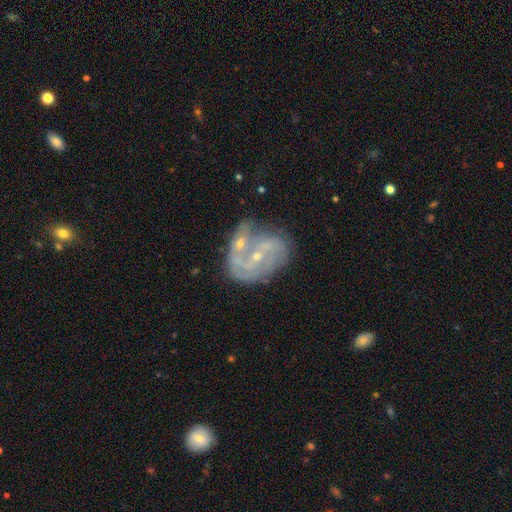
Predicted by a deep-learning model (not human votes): Overall: featured or disk (81%). Edge-on disk: no (97%). Bar: no (46%; weak 40%). Spiral arms: yes (86%). Spiral arm count: 2 (46%; can't tell 25%). Spiral winding: medium (43%; tight 34%). Bulge size: small (78%). Merging: merger (44%; none 30%).